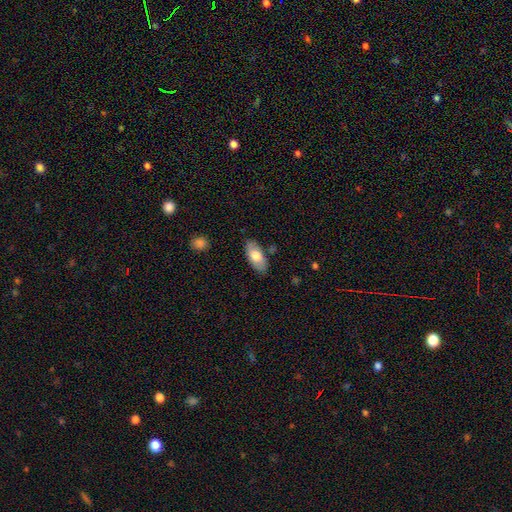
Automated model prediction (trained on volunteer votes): smooth 72%, featured or disk 22%, star or artifact 6%. Down the decision tree: how rounded — in between (91%); merging — none (83%).